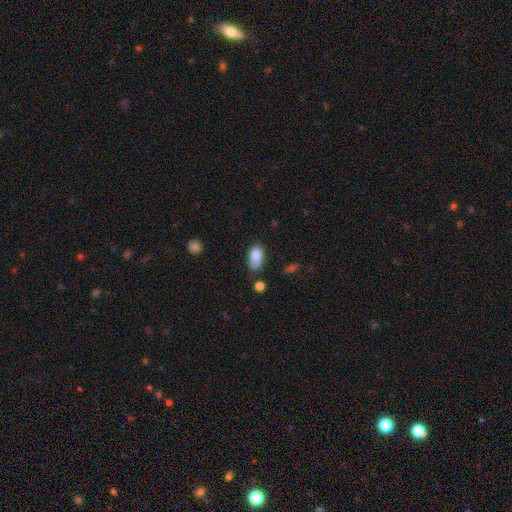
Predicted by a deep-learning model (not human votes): Smooth or featured: smooth — 85% (star or artifact — 8%)
How rounded: in between — 92% (round — 5%)
Merging: none — 65% (minor disturbance — 25%)